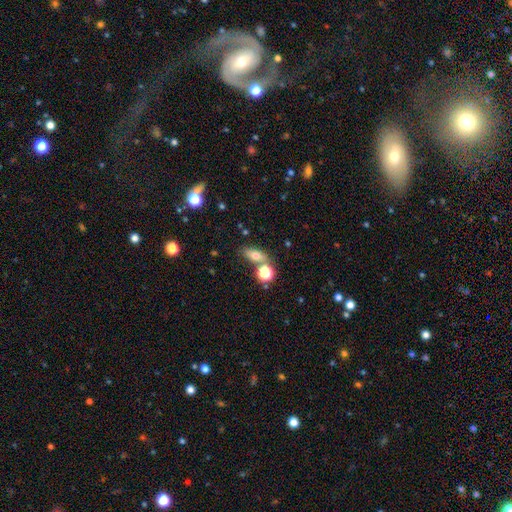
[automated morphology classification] smooth 69%, featured or disk 16%, star or artifact 15%. Down the decision tree: how rounded — in between (69%); merging — none (65%).